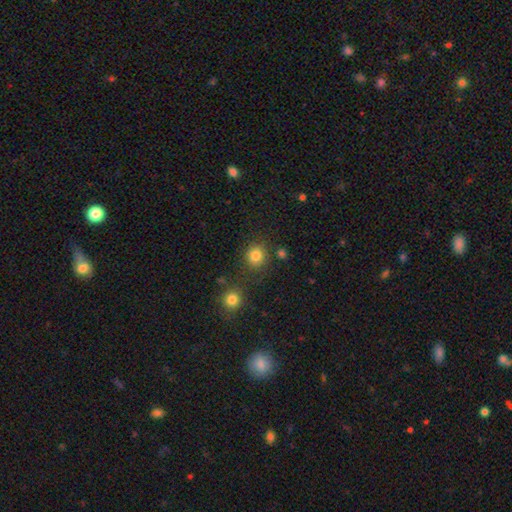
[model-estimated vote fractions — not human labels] Morphology: type=smooth (83%); roundness=round (84%); merging=none (78%).